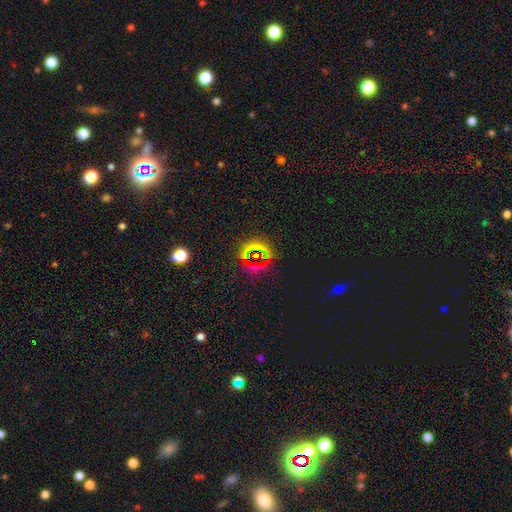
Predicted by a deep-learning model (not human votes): smooth-or-featured: star or artifact: 67% | smooth: 23% | featured or disk: 10%